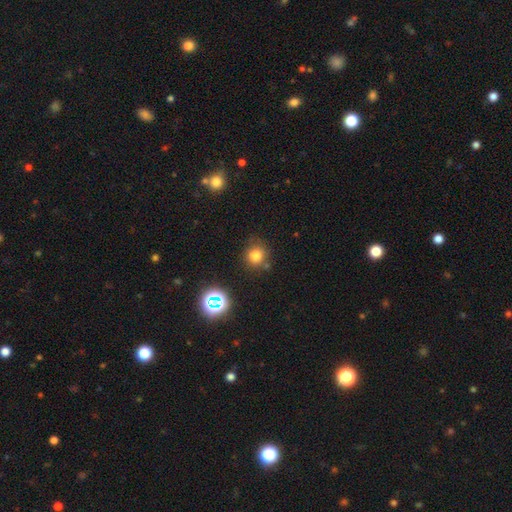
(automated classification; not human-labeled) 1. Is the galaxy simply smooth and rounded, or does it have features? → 76% smooth, 17% star or artifact, 7% featured or disk.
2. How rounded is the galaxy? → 89% round, 10% in between, 1% cigar-shaped.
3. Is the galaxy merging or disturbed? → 76% none, 13% minor disturbance, 6% merger, 4% major disturbance.